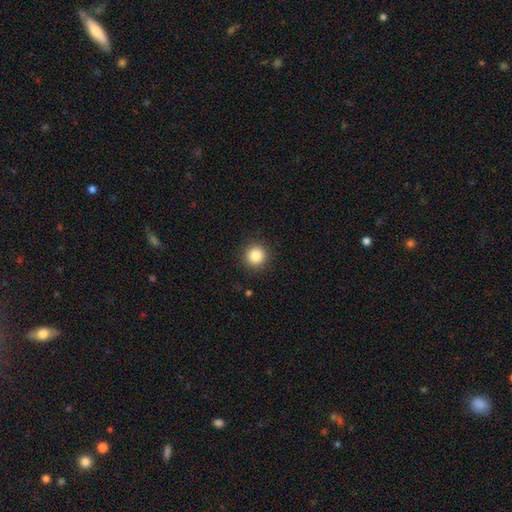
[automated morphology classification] type=smooth (85%); roundness=round (95%); merging=none (91%).